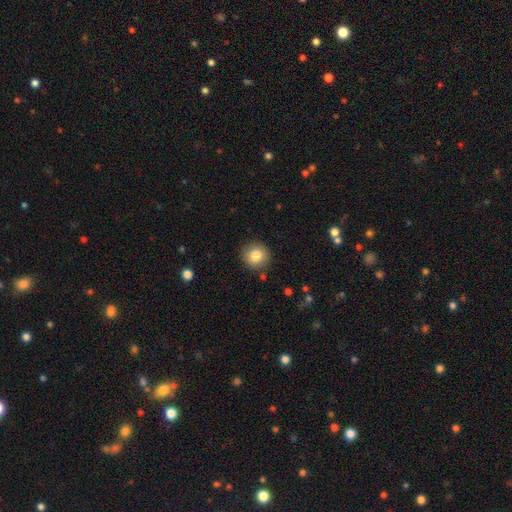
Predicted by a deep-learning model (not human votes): A smooth galaxy with no disk features (82%) that is round (91%).

Vote fractions:
- Smooth or featured? smooth: 82% / star or artifact: 10% / featured or disk: 8%
- How rounded? round: 91% / in between: 8% / cigar-shaped: 1%
- Merging? none: 87% / minor disturbance: 8% / major disturbance: 2% / merger: 2%